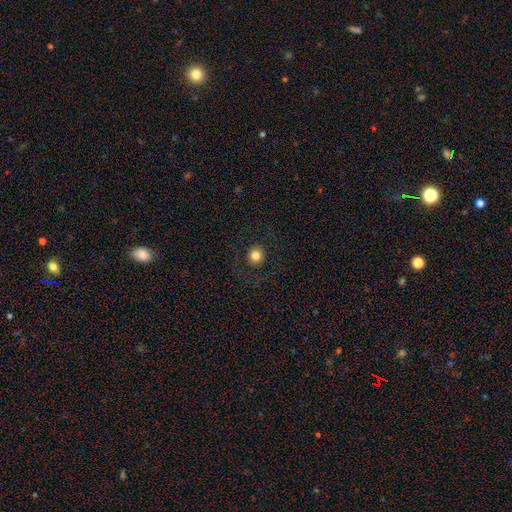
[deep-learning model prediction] smooth 80%, star or artifact 11%, featured or disk 9%. Down the decision tree: how rounded — round (88%); merging — none (88%).